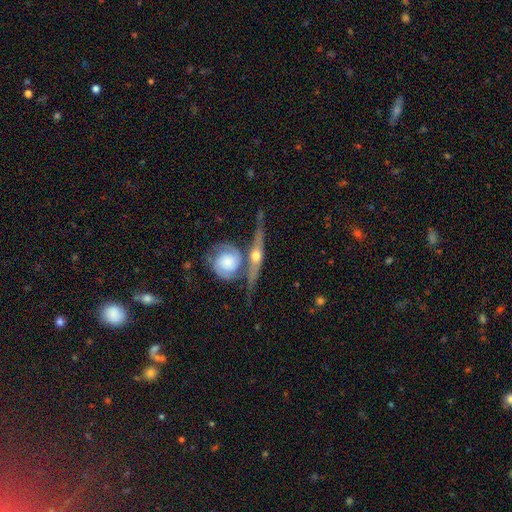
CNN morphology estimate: Smooth or featured? featured or disk (82%)
Edge-on disk? yes (83%)
Edge-on bulge? rounded (90%)
Merging? none (53%)